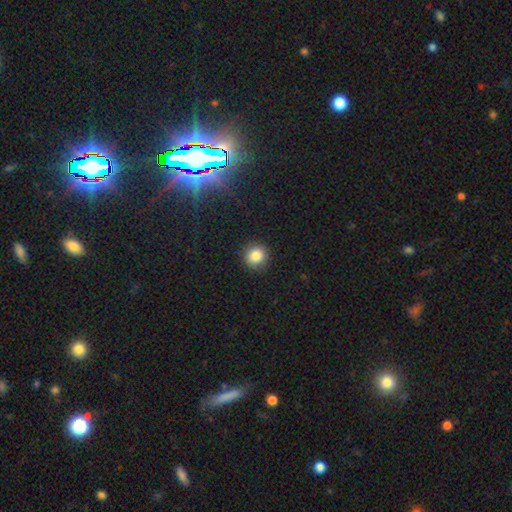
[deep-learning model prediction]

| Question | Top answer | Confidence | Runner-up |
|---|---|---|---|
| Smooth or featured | smooth | 84% | star or artifact (11%) |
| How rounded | round | 87% | in between (12%) |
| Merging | none | 90% | minor disturbance (6%) |